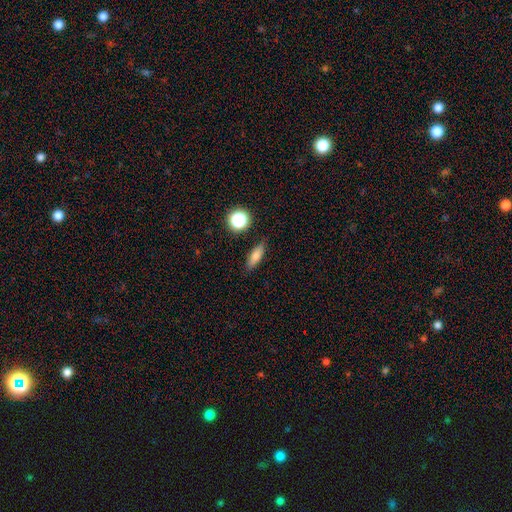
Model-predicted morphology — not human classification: smooth_or_featured: smooth (p=0.76) [alt: featured or disk p=0.14]
how_rounded: in between (p=0.49) [alt: cigar-shaped p=0.44]
merging: none (p=0.85) [alt: minor disturbance p=0.11]